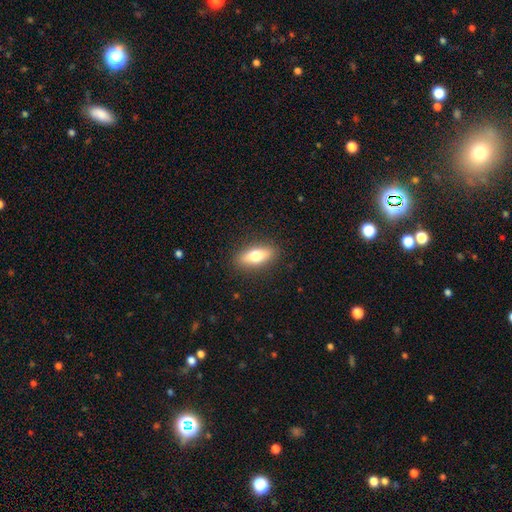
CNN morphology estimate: Smooth or featured? smooth (70%)
How rounded? in between (69%)
Merging? none (88%)